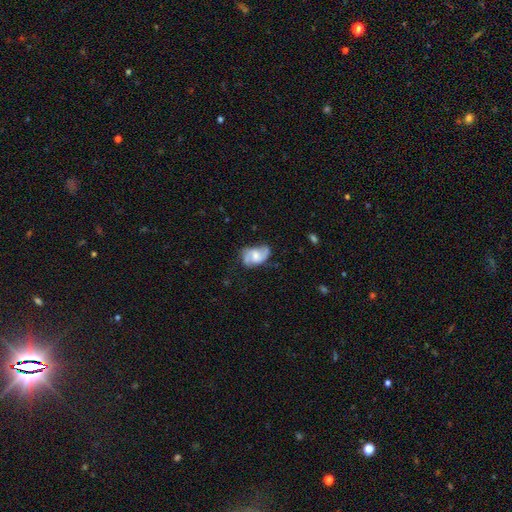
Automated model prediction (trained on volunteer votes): featured or disk 71%, smooth 23%, star or artifact 7%. Down the decision tree: edge-on disk — no (97%); bar — no (47%); spiral arms — yes (92%); spiral arm count — 2 (79%); spiral winding — medium (46%); bulge size — moderate (49%); merging — none (61%).